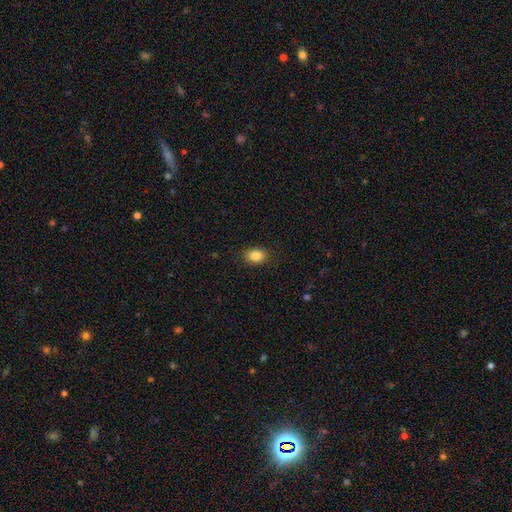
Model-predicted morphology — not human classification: smooth_or_featured: smooth (p=0.87) [alt: star or artifact p=0.09]
how_rounded: in between (p=0.78) [alt: round p=0.21]
merging: none (p=0.88) [alt: minor disturbance p=0.09]